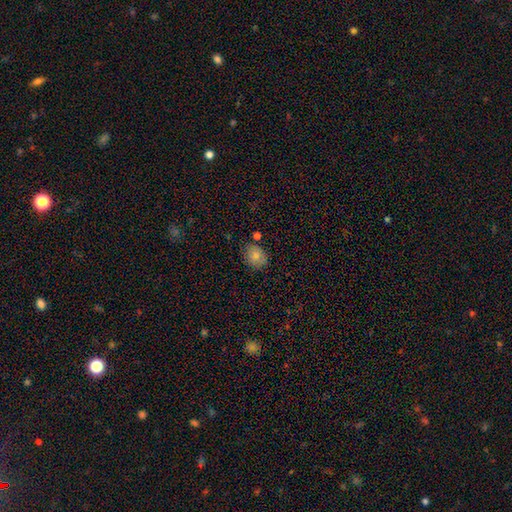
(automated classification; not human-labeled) Smooth or featured? smooth (82%)
How rounded? round (57%)
Merging? none (76%)